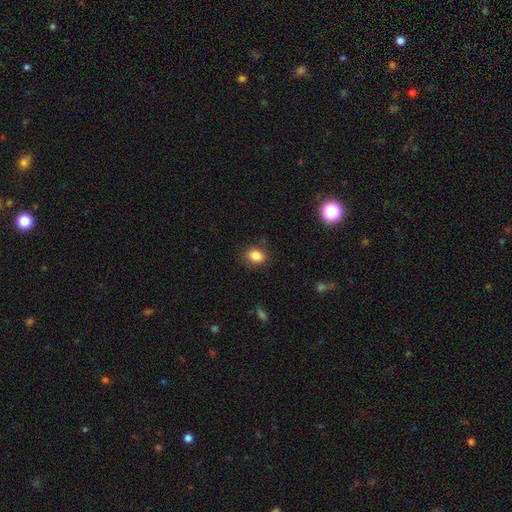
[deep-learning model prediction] This appears to be a smooth galaxy with no disk features (84%) that is in between round and cigar-shaped (51%). Merging: none (85%).